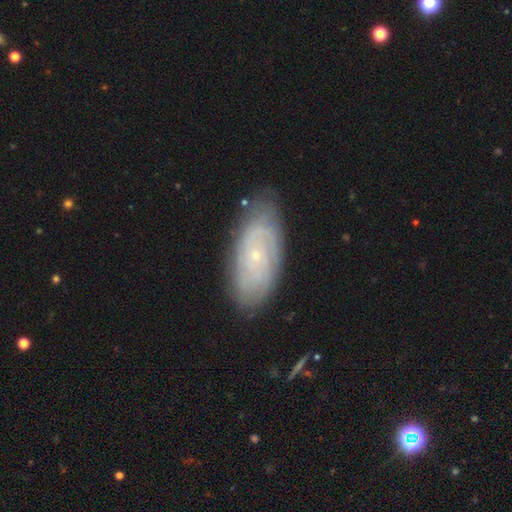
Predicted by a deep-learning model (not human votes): smooth-or-featured: featured or disk: 72% | smooth: 21% | star or artifact: 7%
  disk-edge-on: no: 93% | yes: 7%
    bar: no: 80% | weak: 16% | strong: 3%
    has-spiral-arms: yes: 86% | no: 14%
      spiral-winding: tight: 73% | medium: 20% | loose: 6%
      spiral-arm-count: can't tell: 54% | 2: 18% | 3: 9% | 4: 8% | more than 4: 6% | 1: 5%
    bulge-size: small: 86% | moderate: 11% | none: 2% | large: 1% | dominant: 1%
  merging: none: 78% | minor disturbance: 17% | major disturbance: 4% | merger: 1%